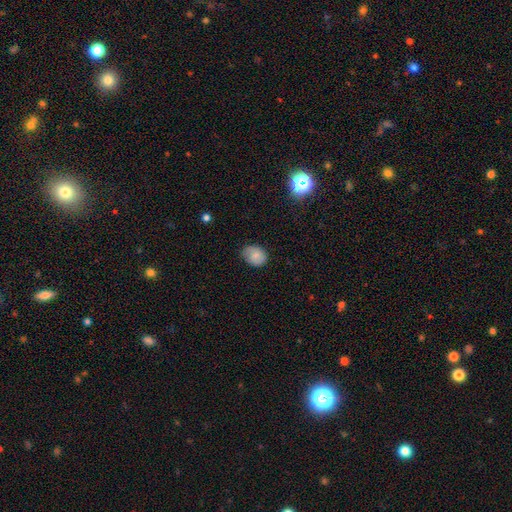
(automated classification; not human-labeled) smooth_or_featured: smooth (p=0.77) [alt: featured or disk p=0.14]
how_rounded: in between (p=0.60) [alt: round p=0.39]
merging: none (p=0.69) [alt: minor disturbance p=0.25]